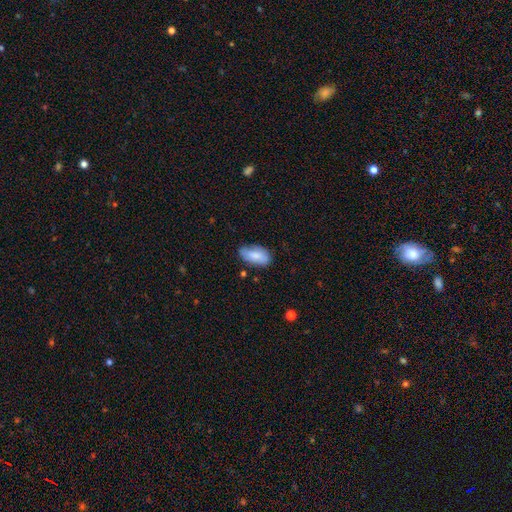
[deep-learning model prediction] A smooth galaxy with no disk features (79%) that is in between round and cigar-shaped (92%).

Vote fractions:
- Smooth or featured? smooth: 79% / featured or disk: 15% / star or artifact: 7%
- How rounded? in between: 92% / cigar-shaped: 6% / round: 3%
- Merging? none: 69% / minor disturbance: 24% / major disturbance: 4% / merger: 2%